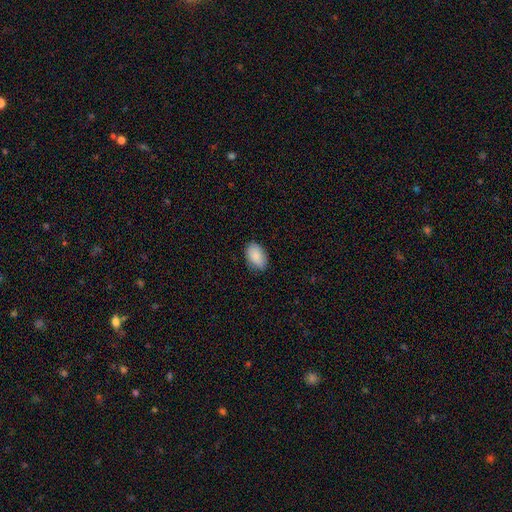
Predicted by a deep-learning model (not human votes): Overall: smooth (89%). How rounded: in between (92%). Merging: none (83%).